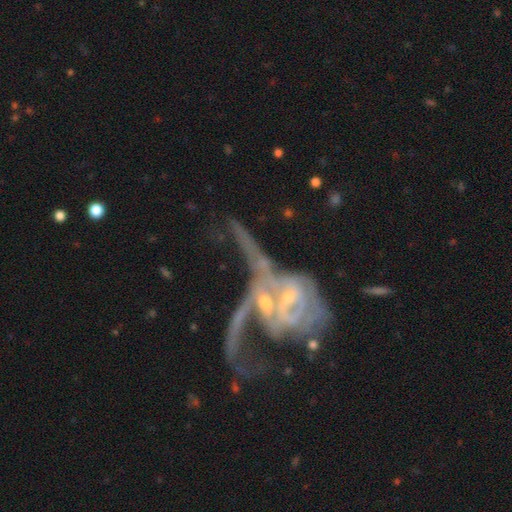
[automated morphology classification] A featured or disk galaxy (80%) with no bar (57%), tight (37%) spiral arms (77%) and a small central bulge (59%).

Vote fractions:
- Smooth or featured? featured or disk: 80% / smooth: 11% / star or artifact: 9%
- Edge-on disk? no: 91% / yes: 9%
- Bar? no: 57% / weak: 30% / strong: 13%
- Spiral arms? yes: 77% / no: 23%
- Spiral winding? tight: 37% / loose: 32% / medium: 31%
- Spiral arm count? can't tell: 40% / 2: 34% / 1: 11% / 3: 7% / 4: 4% / more than 4: 4%
- Bulge size? small: 59% / moderate: 30% / none: 6% / large: 2% / dominant: 2%
- Merging? merger: 67% / major disturbance: 17% / none: 10% / minor disturbance: 6%